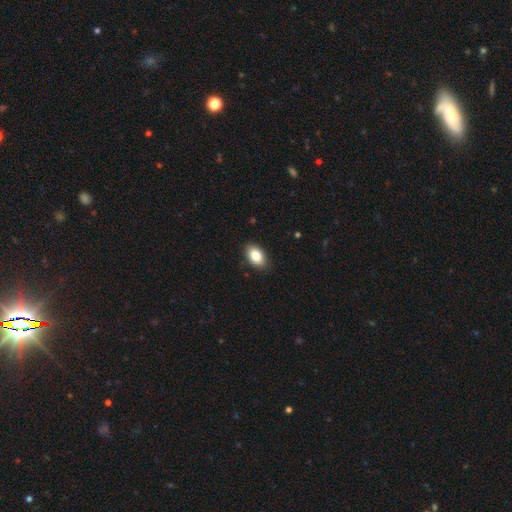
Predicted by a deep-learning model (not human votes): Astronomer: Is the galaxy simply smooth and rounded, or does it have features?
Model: smooth — 85%.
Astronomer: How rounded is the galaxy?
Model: in between — 91%.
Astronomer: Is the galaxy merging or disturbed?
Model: none — 87%.